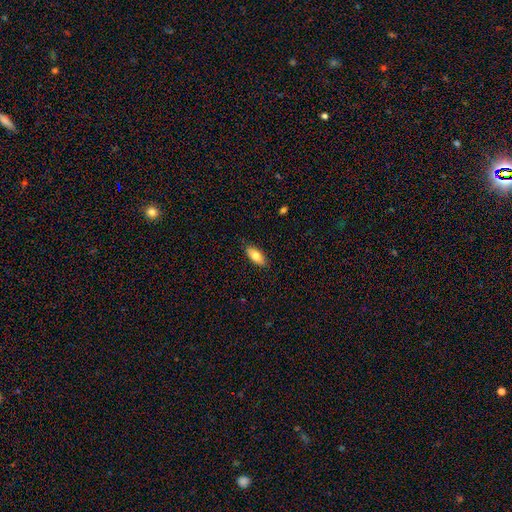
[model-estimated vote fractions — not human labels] A smooth galaxy with no disk features (79%) that is in between round and cigar-shaped (85%).

Vote fractions:
- Smooth or featured? smooth: 79% / featured or disk: 15% / star or artifact: 6%
- How rounded? in between: 85% / cigar-shaped: 13% / round: 2%
- Merging? none: 87% / minor disturbance: 10% / major disturbance: 2% / merger: 1%